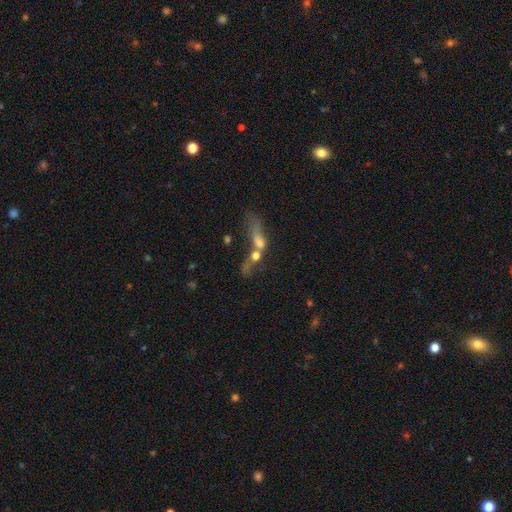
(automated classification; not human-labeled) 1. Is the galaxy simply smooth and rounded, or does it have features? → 53% smooth, 33% featured or disk, 14% star or artifact.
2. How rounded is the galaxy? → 48% in between, 28% round, 24% cigar-shaped.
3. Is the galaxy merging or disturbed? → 59% merger, 21% major disturbance, 13% none, 7% minor disturbance.